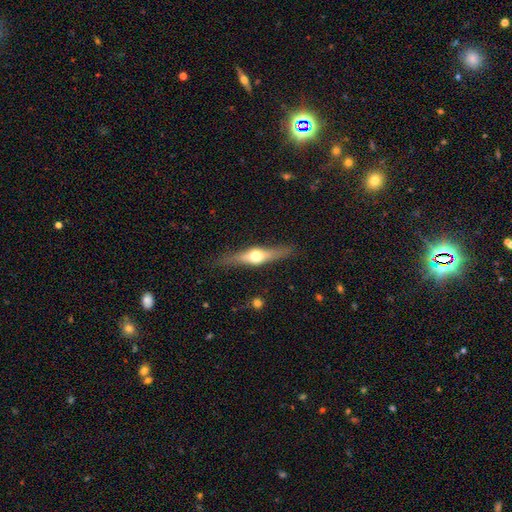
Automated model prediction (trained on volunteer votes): smooth_or_featured: featured or disk (p=0.65) [alt: smooth p=0.30]
disk_edge_on: yes (p=0.94) [alt: no p=0.06]
edge_on_bulge: rounded (p=0.94) [alt: boxy p=0.04]
merging: none (p=0.84) [alt: minor disturbance p=0.11]